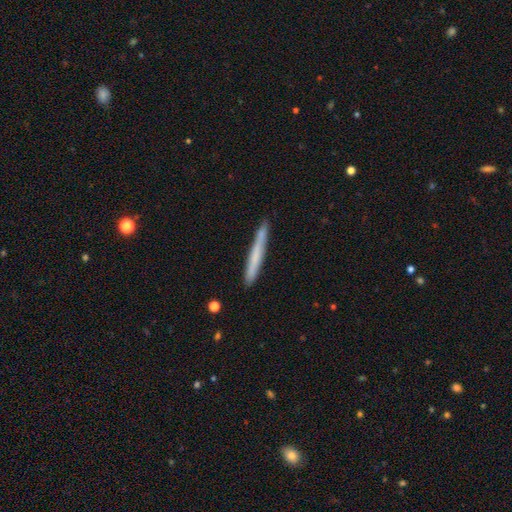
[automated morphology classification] Smooth or featured?
  - smooth: 63% *
  - featured or disk: 30%
  - star or artifact: 6%
How rounded?
  - cigar-shaped: 97% *
  - in between: 2%
  - round: 1%
Merging?
  - none: 87% *
  - minor disturbance: 10%
  - major disturbance: 2%
  - merger: 2%